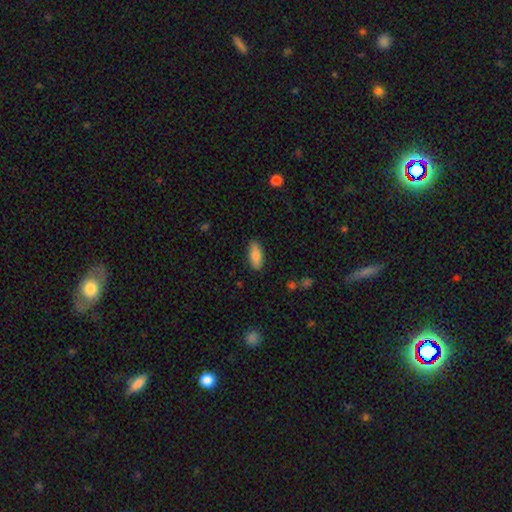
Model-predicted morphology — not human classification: smooth_or_featured: smooth (p=0.81) [alt: featured or disk p=0.12]
how_rounded: in between (p=0.78) [alt: cigar-shaped p=0.20]
merging: none (p=0.87) [alt: minor disturbance p=0.10]